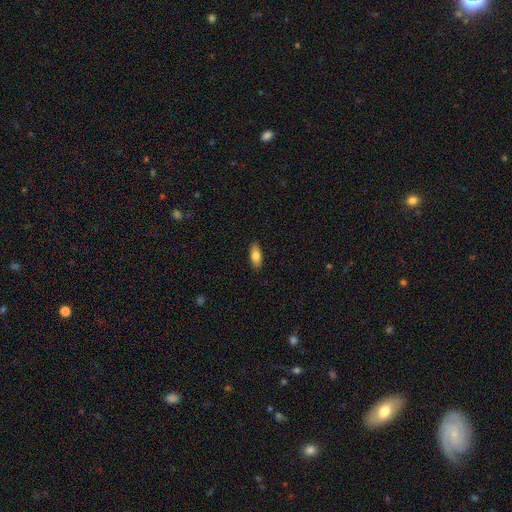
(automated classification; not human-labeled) A smooth galaxy with no disk features (80%) that is in between round and cigar-shaped (84%).

Vote fractions:
- Smooth or featured? smooth: 80% / featured or disk: 13% / star or artifact: 6%
- How rounded? in between: 84% / cigar-shaped: 14% / round: 2%
- Merging? none: 89% / minor disturbance: 9% / major disturbance: 2% / merger: 1%